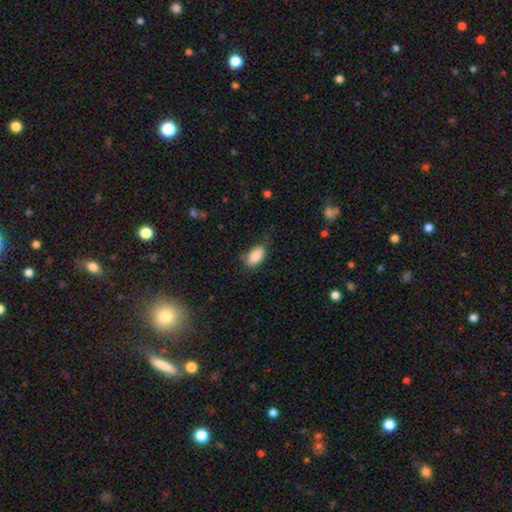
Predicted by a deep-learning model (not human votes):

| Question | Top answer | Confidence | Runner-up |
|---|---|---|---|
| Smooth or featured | smooth | 87% | star or artifact (7%) |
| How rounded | in between | 93% | round (4%) |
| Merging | none | 65% | minor disturbance (26%) |